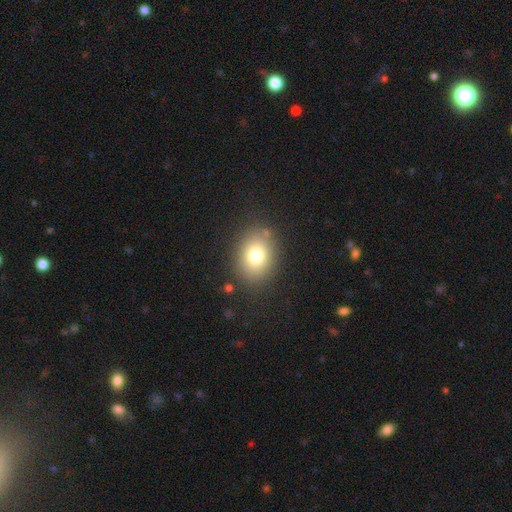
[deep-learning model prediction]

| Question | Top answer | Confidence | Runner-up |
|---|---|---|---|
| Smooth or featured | smooth | 77% | star or artifact (12%) |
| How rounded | in between | 52% | round (47%) |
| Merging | none | 83% | minor disturbance (10%) |